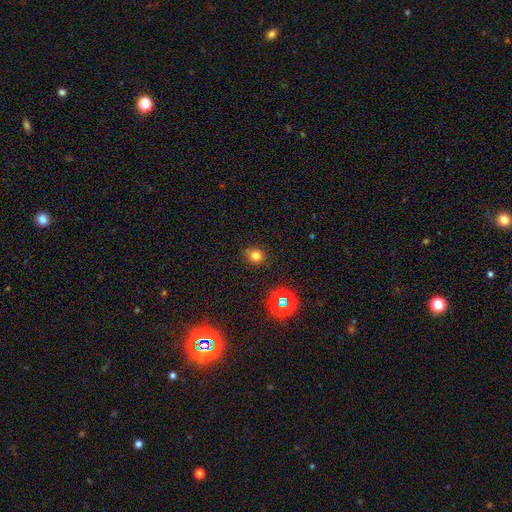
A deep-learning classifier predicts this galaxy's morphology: Smooth or featured?
  - smooth: 74% *
  - star or artifact: 19%
  - featured or disk: 7%
How rounded?
  - round: 77% *
  - in between: 22%
  - cigar-shaped: 1%
Merging?
  - none: 83% *
  - minor disturbance: 12%
  - major disturbance: 3%
  - merger: 2%